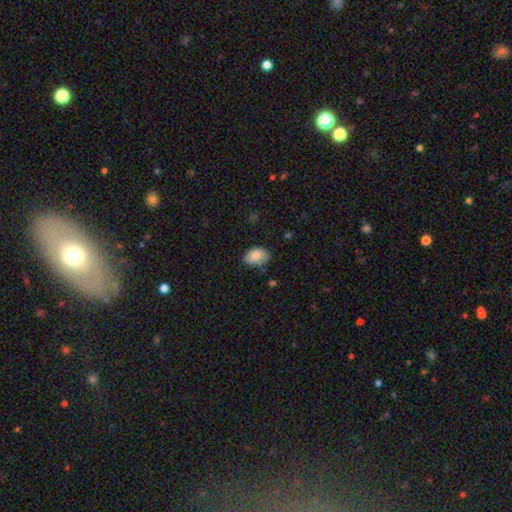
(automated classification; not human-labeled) The model was most divided on "merging": none: 66%, minor disturbance: 26%, major disturbance: 5%, merger: 3%. More confident: smooth or featured — smooth (86%); how rounded — in between (82%).